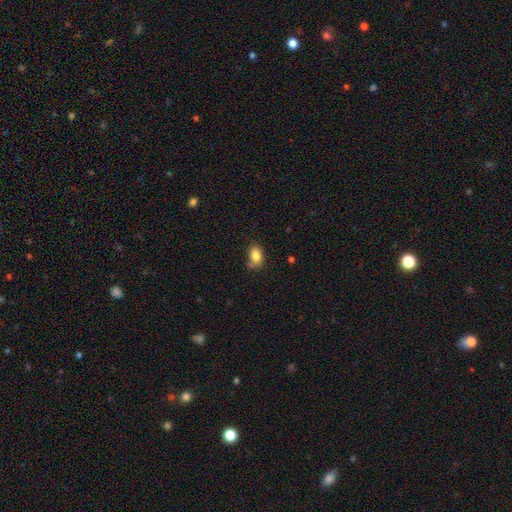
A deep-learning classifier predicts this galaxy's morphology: This is clearly a smooth galaxy (84%). How rounded: clearly in between (82%). Merging: possibly none (59%).